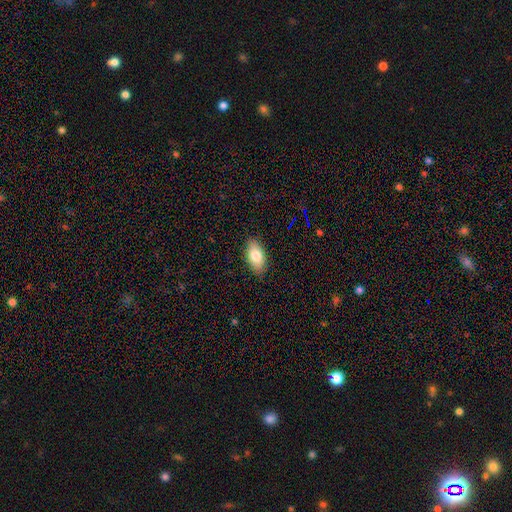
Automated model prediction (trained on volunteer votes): Smooth or featured? Predicted: smooth (p=0.79). How rounded? Predicted: in between (p=0.92). Merging? Predicted: none (p=0.87).